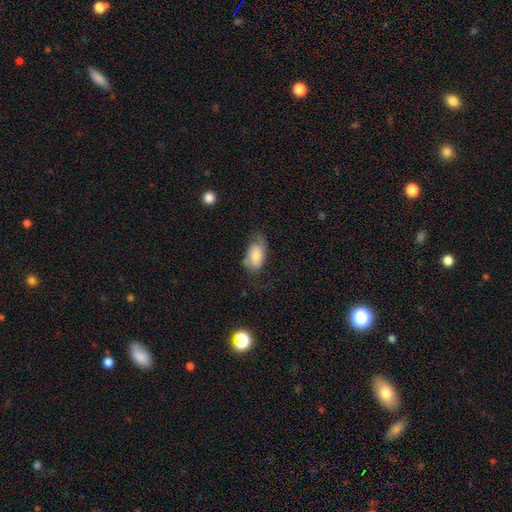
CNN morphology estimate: smooth-or-featured: smooth: 69% | featured or disk: 24% | star or artifact: 7%
  how-rounded: in between: 92% | round: 6% | cigar-shaped: 2%
  merging: none: 46% | minor disturbance: 34% | major disturbance: 18% | merger: 2%